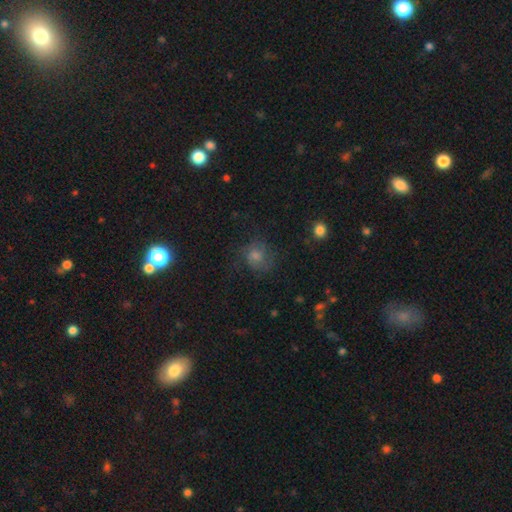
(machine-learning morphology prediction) The model was most divided on "smooth or featured": smooth: 40%, featured or disk: 35%, star or artifact: 25%. More confident: merging — none (70%).